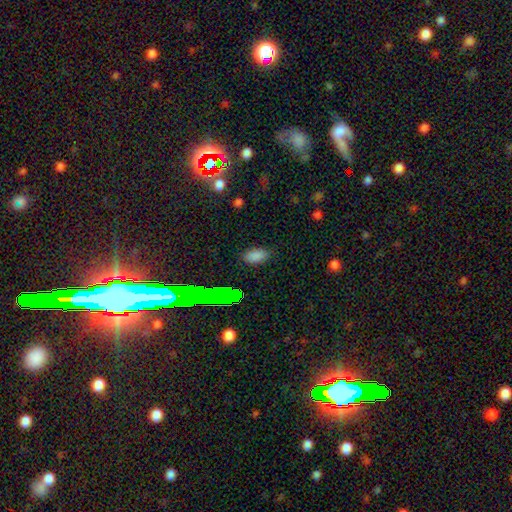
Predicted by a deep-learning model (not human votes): Smooth or featured: smooth — 81% (star or artifact — 13%)
How rounded: in between — 92% (round — 5%)
Merging: none — 84% (minor disturbance — 11%)